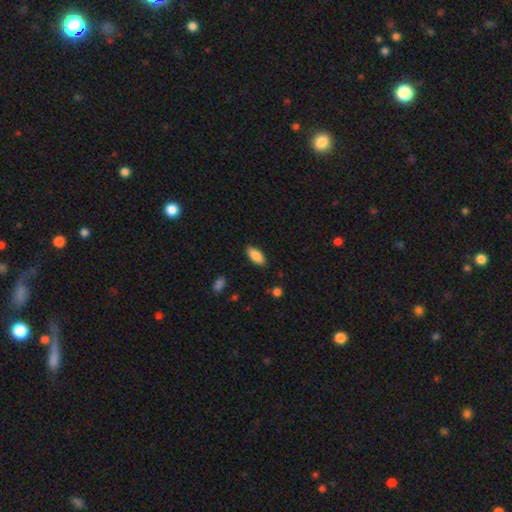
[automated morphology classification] The model was most divided on "merging": none: 87%, minor disturbance: 10%, major disturbance: 2%, merger: 1%. More confident: how rounded — in between (88%); smooth or featured — smooth (87%).